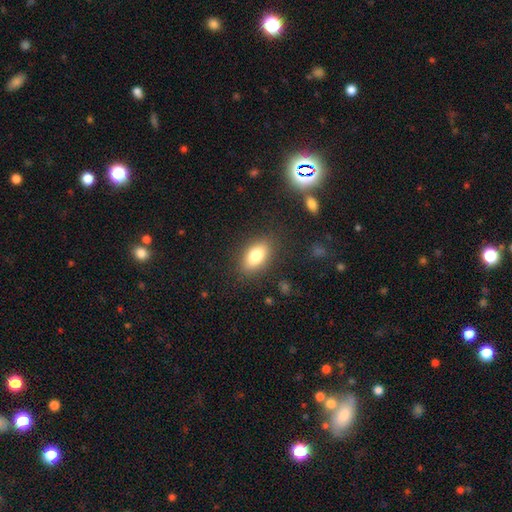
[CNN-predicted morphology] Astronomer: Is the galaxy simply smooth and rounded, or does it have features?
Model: smooth — 81%.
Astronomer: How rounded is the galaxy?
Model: in between — 89%.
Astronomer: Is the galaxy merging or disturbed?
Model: none — 85%.